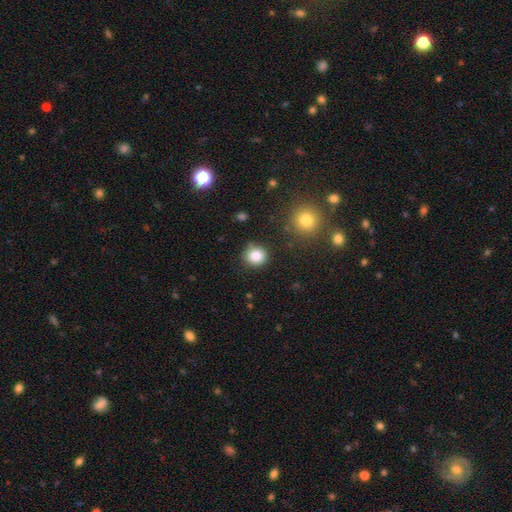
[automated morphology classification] Smooth or featured? Predicted: smooth (p=0.84). How rounded? Predicted: round (p=0.87). Merging? Predicted: none (p=0.81).